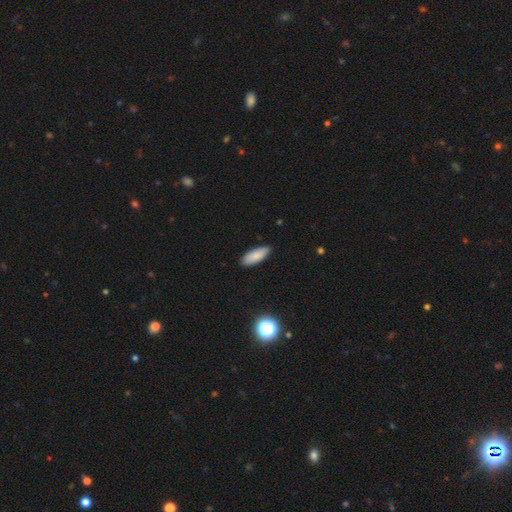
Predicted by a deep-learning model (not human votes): Smooth or featured?
  - smooth: 85% *
  - featured or disk: 7%
  - star or artifact: 7%
How rounded?
  - in between: 72% *
  - cigar-shaped: 26%
  - round: 2%
Merging?
  - none: 85% *
  - minor disturbance: 12%
  - major disturbance: 2%
  - merger: 1%